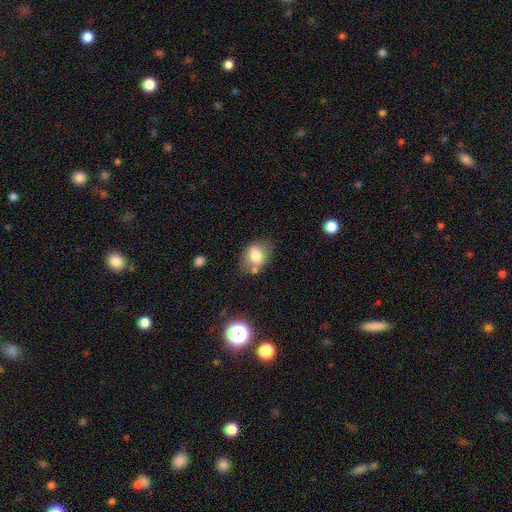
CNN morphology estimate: smooth_or_featured: smooth (p=0.73) [alt: featured or disk p=0.17]
how_rounded: in between (p=0.63) [alt: round p=0.36]
merging: none (p=0.59) [alt: minor disturbance p=0.20]